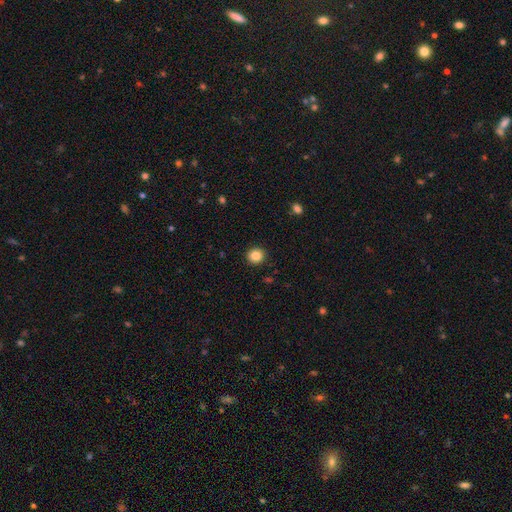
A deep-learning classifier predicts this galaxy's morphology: Smooth or featured: smooth — 85% (star or artifact — 10%)
How rounded: round — 90% (in between — 9%)
Merging: none — 92% (minor disturbance — 5%)